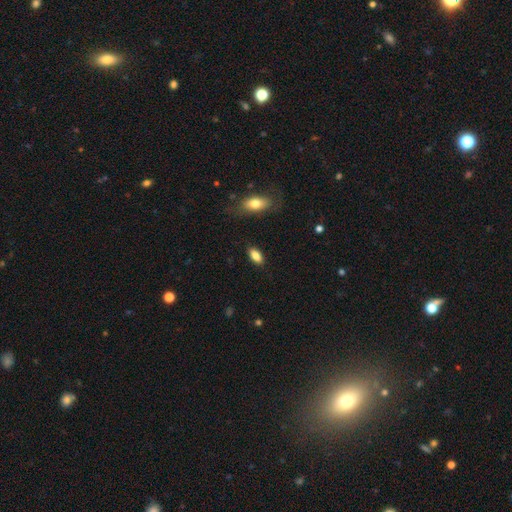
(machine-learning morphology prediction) smooth_or_featured: smooth (p=0.84) [alt: featured or disk p=0.09]
how_rounded: in between (p=0.87) [alt: cigar-shaped p=0.10]
merging: none (p=0.86) [alt: minor disturbance p=0.10]